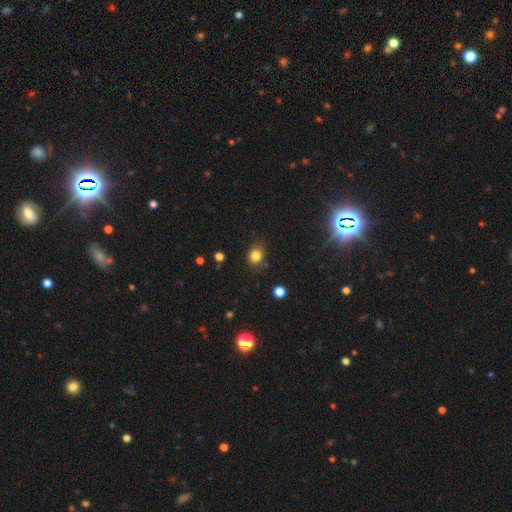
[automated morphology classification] Smooth or featured: smooth — 82% (star or artifact — 13%)
How rounded: round — 67% (in between — 32%)
Merging: none — 78% (minor disturbance — 15%)